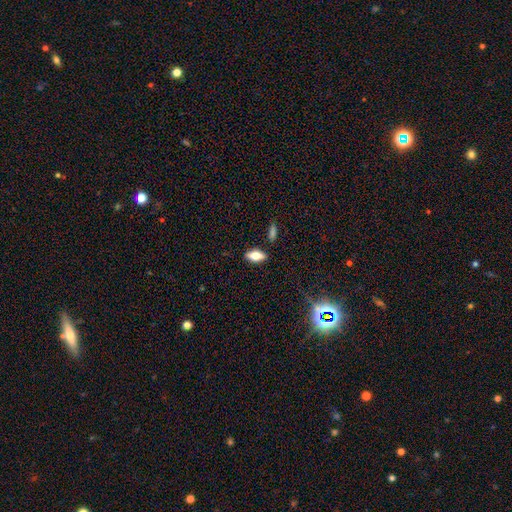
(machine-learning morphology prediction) This appears to be a smooth galaxy with no disk features (64%) that is in between round and cigar-shaped (83%). Merging: none (85%).